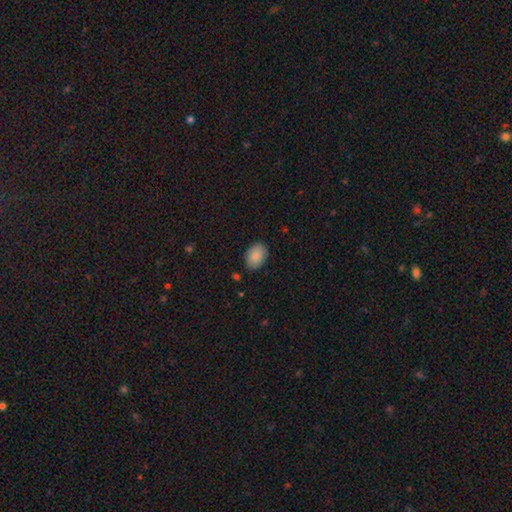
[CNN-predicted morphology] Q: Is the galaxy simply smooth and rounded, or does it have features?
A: smooth — 87%.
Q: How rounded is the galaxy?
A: in between — 81%.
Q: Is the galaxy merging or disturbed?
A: none — 86%.